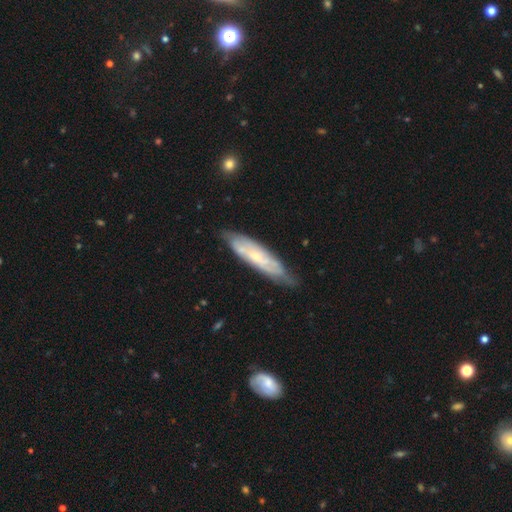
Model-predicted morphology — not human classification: smooth_or_featured: featured or disk (p=0.60) [alt: smooth p=0.34]
disk_edge_on: no (p=0.62) [alt: yes p=0.38]
merging: none (p=0.73) [alt: minor disturbance p=0.21]